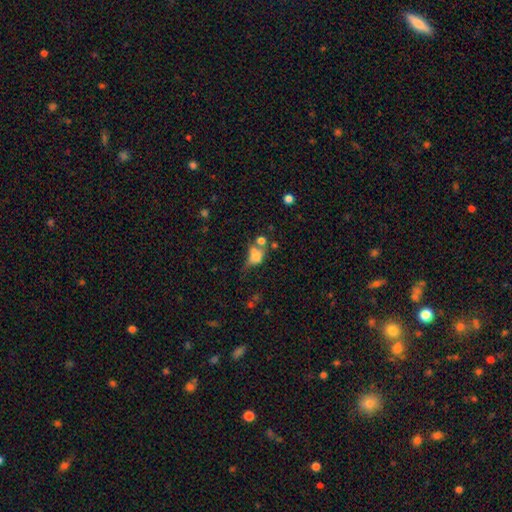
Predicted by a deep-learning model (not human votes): smooth 60%, featured or disk 25%, star or artifact 14%. Down the decision tree: how rounded — in between (61%); merging — merger (35%).